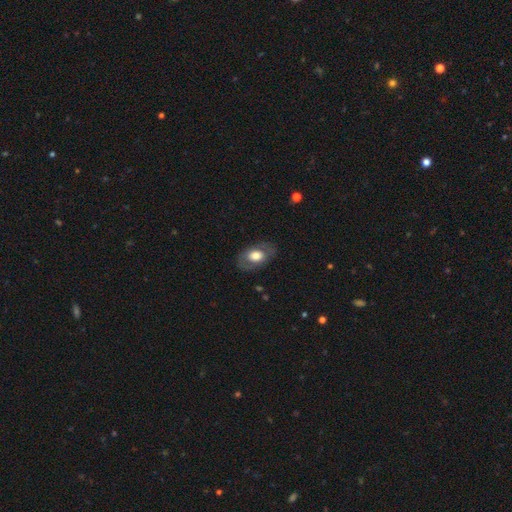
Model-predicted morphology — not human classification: smooth-or-featured: smooth: 56% | featured or disk: 37% | star or artifact: 7%
  how-rounded: in between: 85% | round: 14% | cigar-shaped: 1%
  merging: none: 78% | minor disturbance: 14% | major disturbance: 7% | merger: 1%